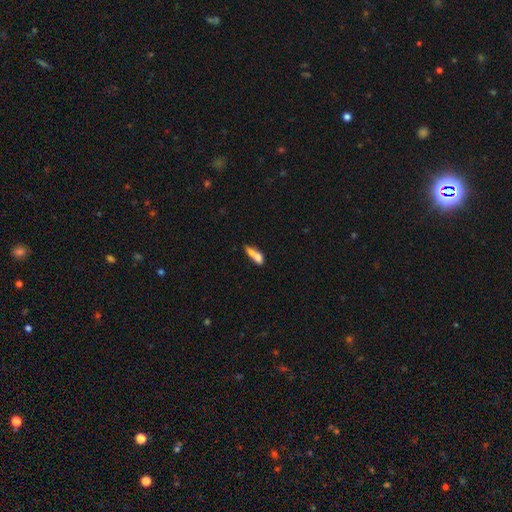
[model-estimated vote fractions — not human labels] smooth-or-featured: smooth: 67% | featured or disk: 24% | star or artifact: 9%
  how-rounded: in between: 54% | cigar-shaped: 41% | round: 5%
  merging: merger: 48% | none: 28% | minor disturbance: 15% | major disturbance: 9%